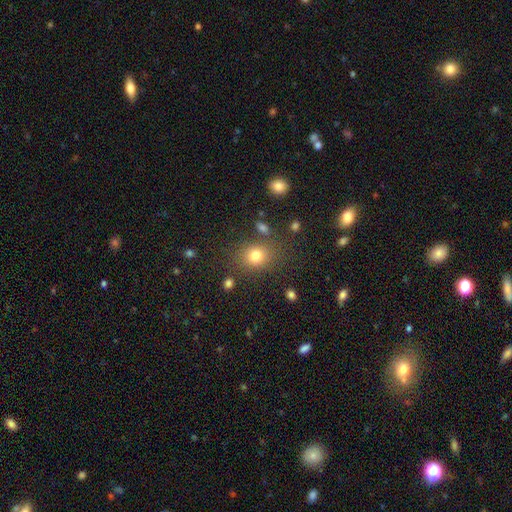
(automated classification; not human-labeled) This appears to be a smooth galaxy with no disk features (78%) that is round (62%). Merging: none (76%).